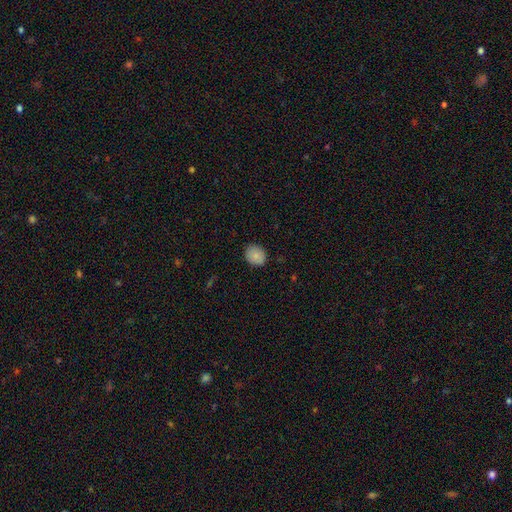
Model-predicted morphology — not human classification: The model was most divided on "how rounded": round: 67%, in between: 32%, cigar-shaped: 1%. More confident: merging — none (87%); smooth or featured — smooth (85%).